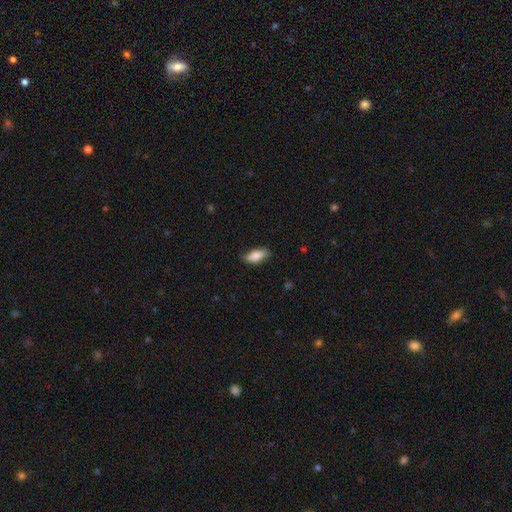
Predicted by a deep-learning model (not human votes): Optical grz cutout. It shows a smooth galaxy with no disk features (79%) that is in between round and cigar-shaped (75%). Merging: none (79%).